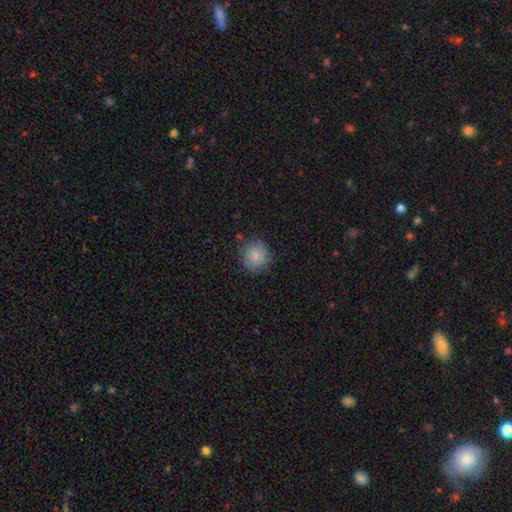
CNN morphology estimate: The model was most divided on "merging": none: 84%, minor disturbance: 11%, major disturbance: 3%, merger: 2%. More confident: how rounded — round (89%); smooth or featured — smooth (85%).